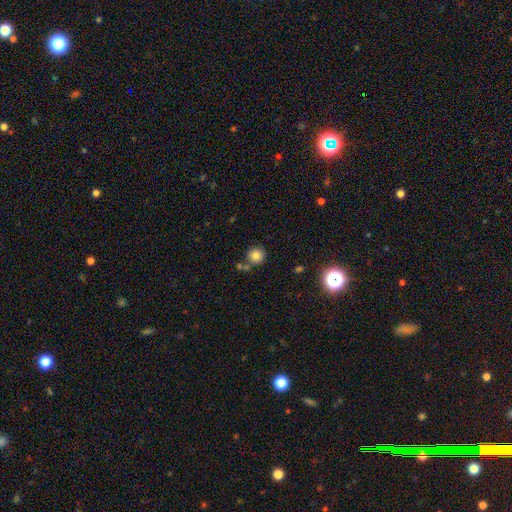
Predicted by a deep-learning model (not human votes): Smooth or featured: smooth — 81% (star or artifact — 12%)
How rounded: round — 92% (in between — 7%)
Merging: none — 72% (merger — 14%)